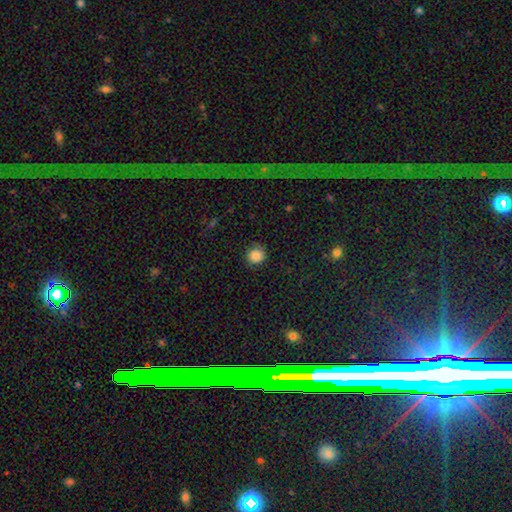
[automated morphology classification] Q: Smooth or featured?
A: smooth (84%); runner-up: star or artifact (11%)
Q: How rounded?
A: round (89%); runner-up: in between (10%)
Q: Merging?
A: none (83%); runner-up: minor disturbance (13%)